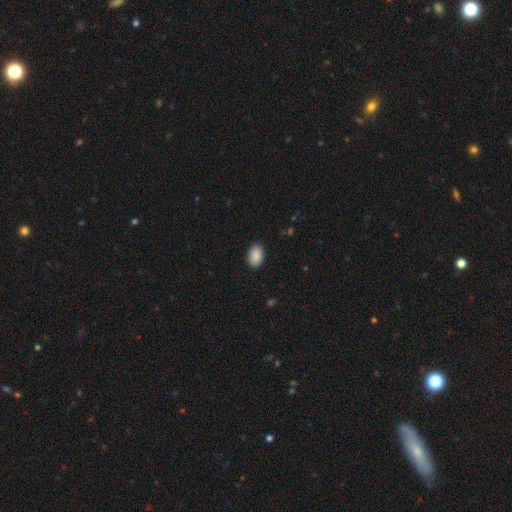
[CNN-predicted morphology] smooth 90%, star or artifact 7%, featured or disk 3%. Down the decision tree: how rounded — in between (89%); merging — none (88%).